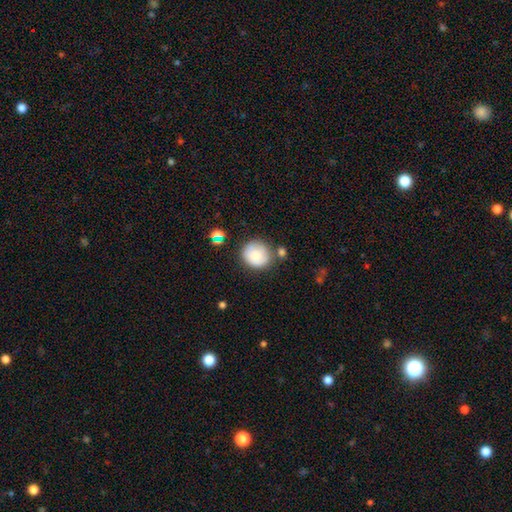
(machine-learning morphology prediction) Smooth or featured: smooth — 76% (featured or disk — 15%)
How rounded: round — 86% (in between — 13%)
Merging: none — 67% (minor disturbance — 18%)